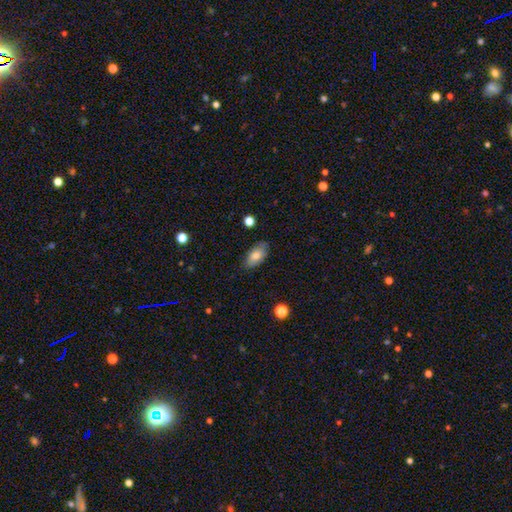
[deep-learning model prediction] Smooth or featured? Predicted: smooth (p=0.77). How rounded? Predicted: in between (p=0.92). Merging? Predicted: none (p=0.81).